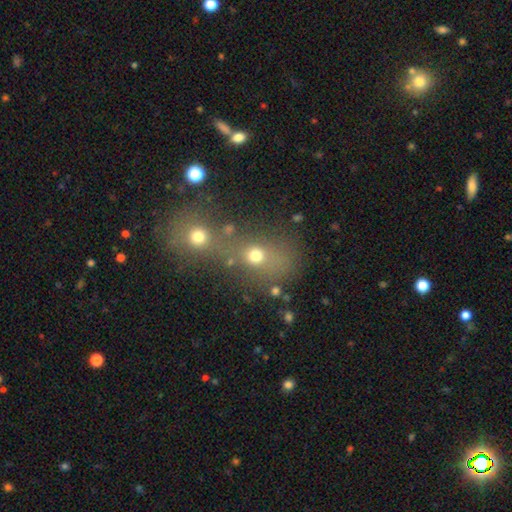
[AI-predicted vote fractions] Morphology: type=smooth (67%); roundness=round (64%); merging=merger (46%).